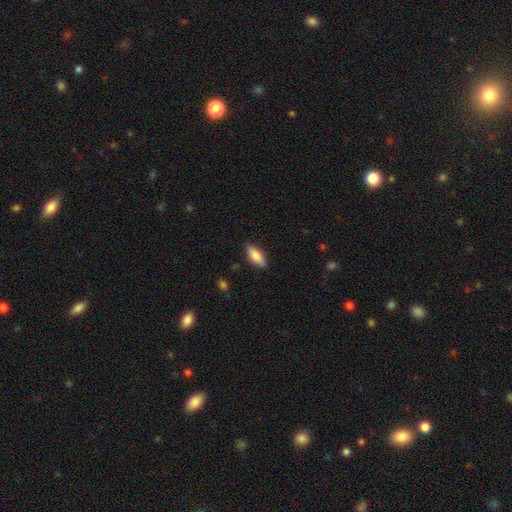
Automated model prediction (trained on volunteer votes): smooth-or-featured: smooth: 83% | featured or disk: 11% | star or artifact: 6%
  how-rounded: in between: 74% | cigar-shaped: 24% | round: 2%
  merging: none: 86% | minor disturbance: 11% | major disturbance: 2% | merger: 1%